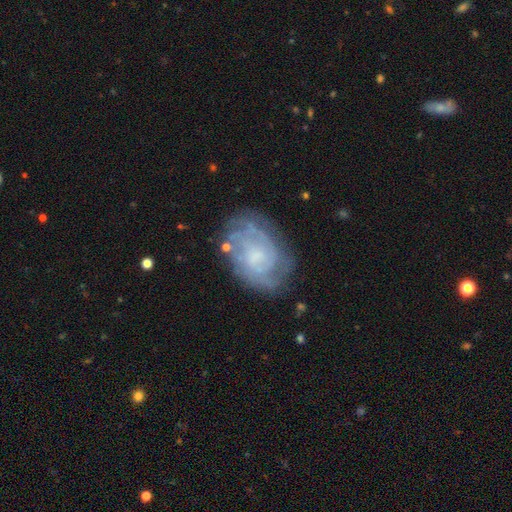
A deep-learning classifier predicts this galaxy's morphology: featured or disk 77%, smooth 16%, star or artifact 7%. Down the decision tree: edge-on disk — no (97%); bar — no (65%); spiral arms — yes (89%); spiral arm count — can't tell (44%); spiral winding — tight (61%); bulge size — small (45%); merging — none (69%).